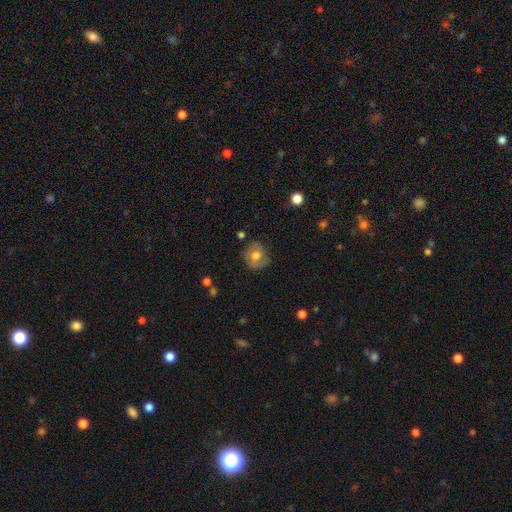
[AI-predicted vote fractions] Morphology: type=smooth (58%); roundness=round (81%); merging=none (73%).